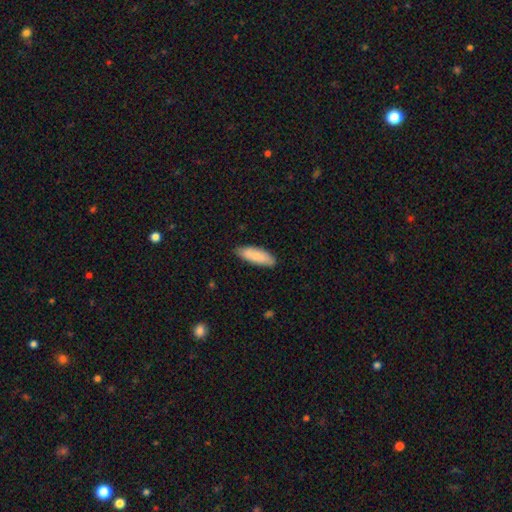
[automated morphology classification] type=smooth (81%); roundness=in between (62%); merging=none (81%).